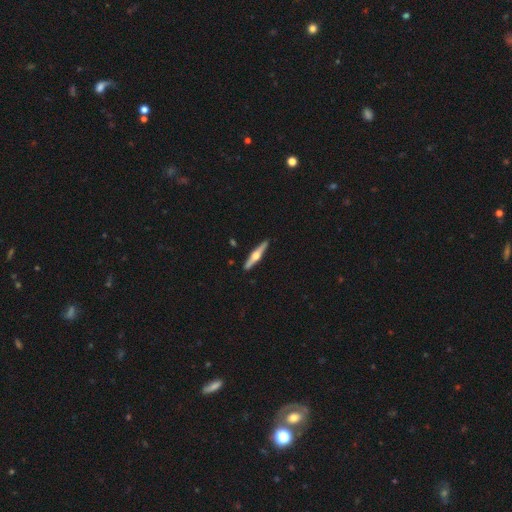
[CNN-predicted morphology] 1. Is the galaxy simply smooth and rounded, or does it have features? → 71% featured or disk, 24% smooth, 5% star or artifact.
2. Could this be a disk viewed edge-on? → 97% yes, 3% no.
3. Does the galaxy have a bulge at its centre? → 94% rounded, 4% boxy, 2% none.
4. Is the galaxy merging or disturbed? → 91% none, 6% minor disturbance, 1% major disturbance, 1% merger.